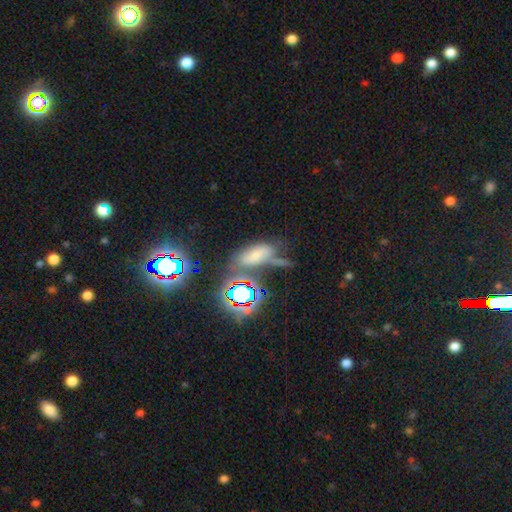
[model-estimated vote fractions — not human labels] A smooth galaxy with no disk features (45%).

Vote fractions:
- Smooth or featured? smooth: 45% / star or artifact: 35% / featured or disk: 20%
- Merging? none: 37% / minor disturbance: 21% / major disturbance: 21% / merger: 21%